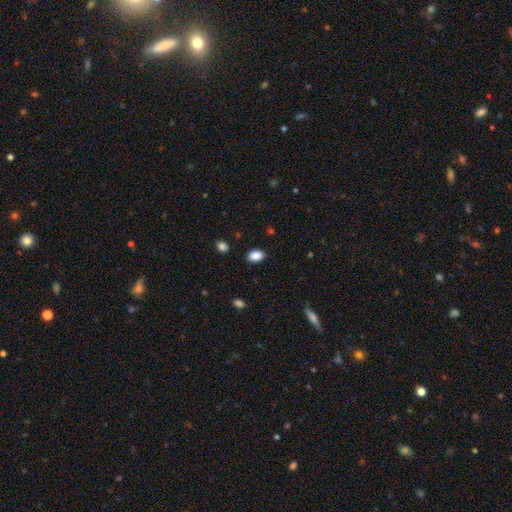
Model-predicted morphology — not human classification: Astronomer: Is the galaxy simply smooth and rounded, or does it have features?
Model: smooth — 88%.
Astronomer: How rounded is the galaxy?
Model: in between — 86%.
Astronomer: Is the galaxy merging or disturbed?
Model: none — 87%.